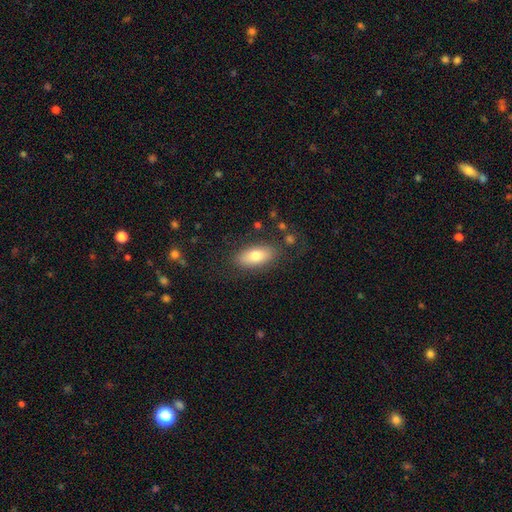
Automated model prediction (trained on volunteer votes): A smooth galaxy with no disk features (76%) that is in between round and cigar-shaped (83%). Merging: none (81%).